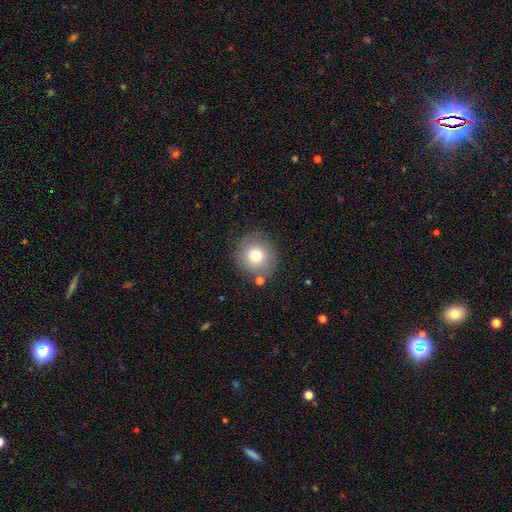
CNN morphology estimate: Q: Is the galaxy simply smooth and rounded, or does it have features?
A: smooth — 74%.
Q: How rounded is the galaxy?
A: round — 92%.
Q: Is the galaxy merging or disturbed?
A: none — 79%.